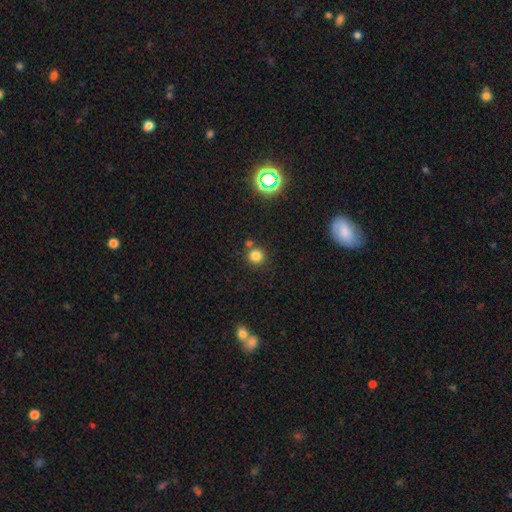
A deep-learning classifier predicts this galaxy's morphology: type=smooth (78%); roundness=round (94%); merging=none (78%).